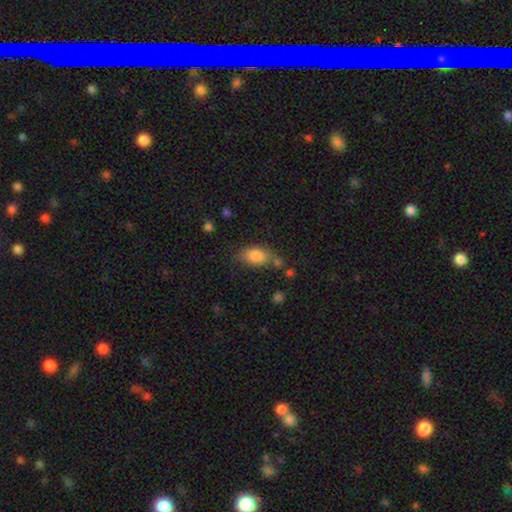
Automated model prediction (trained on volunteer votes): smooth_or_featured: smooth (p=0.84) [alt: featured or disk p=0.08]
how_rounded: in between (p=0.88) [alt: round p=0.09]
merging: none (p=0.62) [alt: minor disturbance p=0.22]